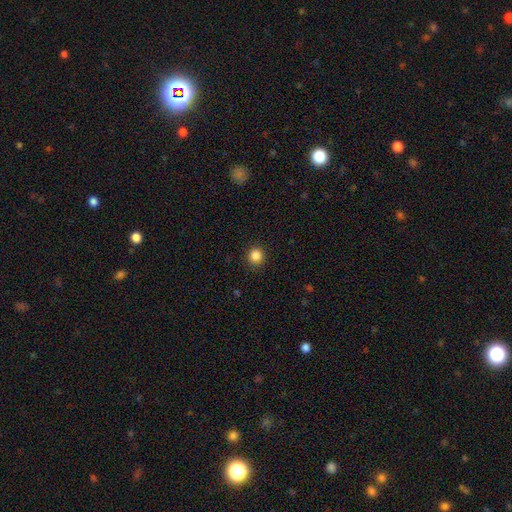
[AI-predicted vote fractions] Smooth or featured: smooth — 86% (star or artifact — 11%)
How rounded: round — 92% (in between — 7%)
Merging: none — 92% (minor disturbance — 5%)